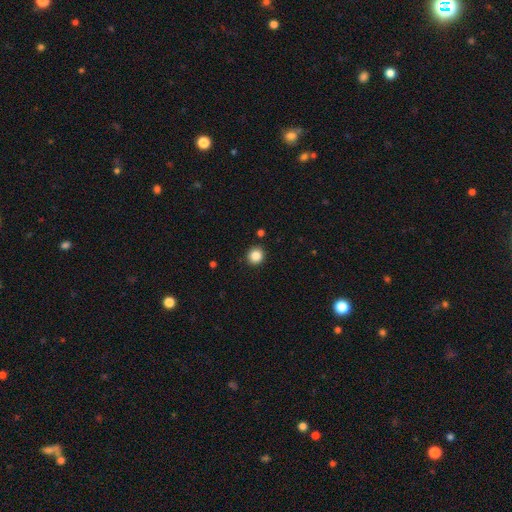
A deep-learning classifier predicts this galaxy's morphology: smooth 86%, star or artifact 10%, featured or disk 4%. Down the decision tree: how rounded — round (90%); merging — none (91%).